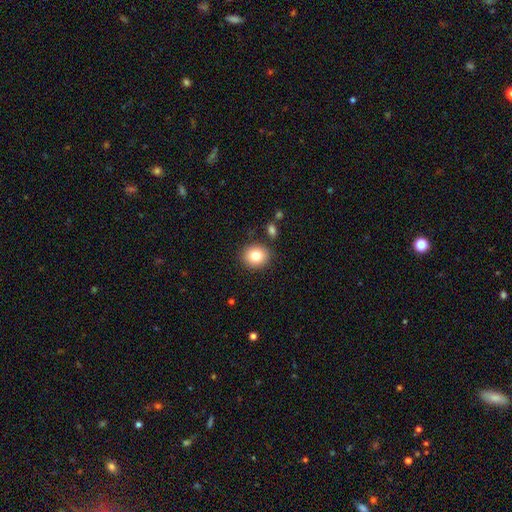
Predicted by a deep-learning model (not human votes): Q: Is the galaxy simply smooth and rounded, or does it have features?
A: smooth — 82%.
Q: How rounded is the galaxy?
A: round — 80%.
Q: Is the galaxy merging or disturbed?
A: none — 86%.